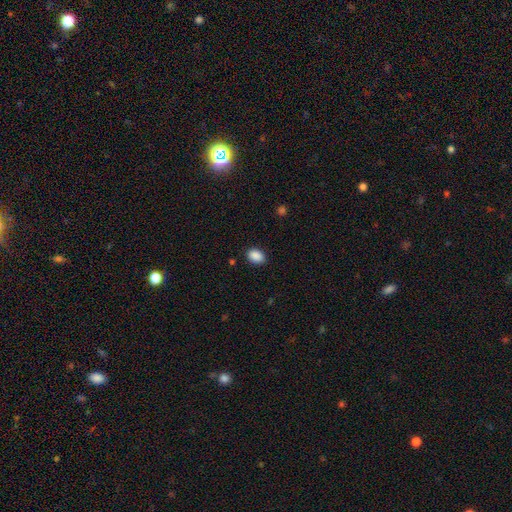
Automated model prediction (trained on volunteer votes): A smooth galaxy with no disk features (90%) that is in between round and cigar-shaped (80%). Merging: none (88%).